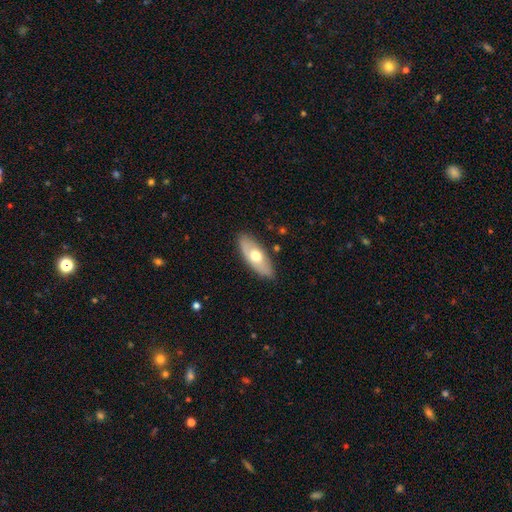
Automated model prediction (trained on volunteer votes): Smooth or featured: smooth — 55% (featured or disk — 40%)
How rounded: in between — 80% (cigar-shaped — 17%)
Merging: none — 85% (minor disturbance — 12%)